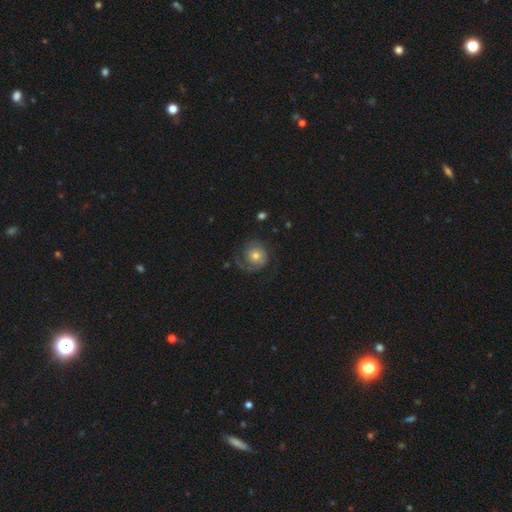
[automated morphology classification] Smooth or featured?
  - featured or disk: 60% *
  - smooth: 32%
  - star or artifact: 8%
Edge-on disk?
  - no: 98% *
  - yes: 2%
Bar?
  - no: 82% *
  - weak: 16%
  - strong: 3%
Spiral arms?
  - yes: 89% *
  - no: 11%
Spiral winding?
  - tight: 49% *
  - medium: 31%
  - loose: 19%
Spiral arm count?
  - 1: 45% *
  - 2: 34%
  - can't tell: 13%
  - 3: 4%
  - 4: 2%
  - more than 4: 2%
Bulge size?
  - moderate: 57% *
  - small: 33%
  - large: 7%
  - none: 2%
  - dominant: 2%
Merging?
  - none: 64% *
  - minor disturbance: 17%
  - major disturbance: 17%
  - merger: 2%